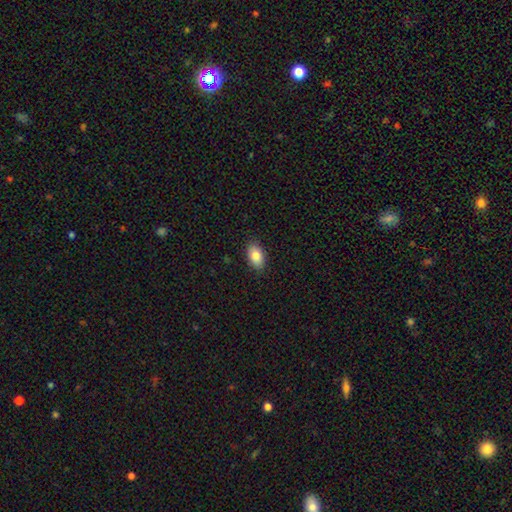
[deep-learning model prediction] Smooth or featured? smooth (85%)
How rounded? in between (91%)
Merging? none (88%)